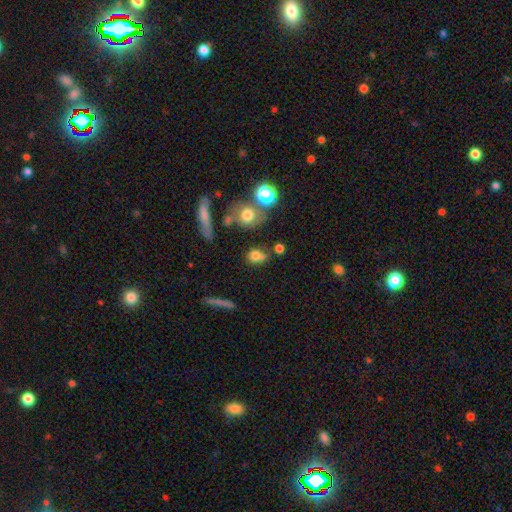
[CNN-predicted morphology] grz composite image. It shows a smooth galaxy with no disk features (74%) that is round (54%). Merging: none (49%).